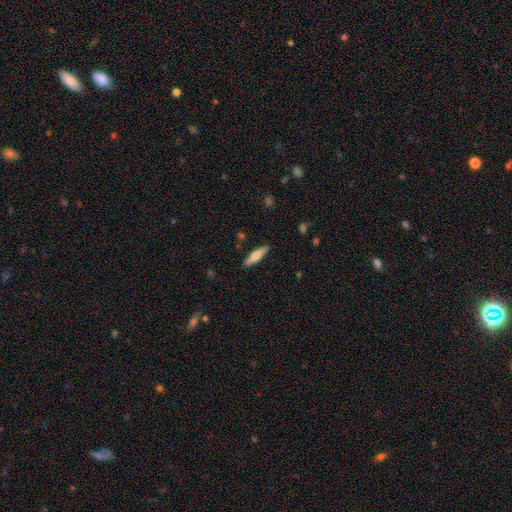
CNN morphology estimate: This appears to be a smooth galaxy with no disk features (58%) that is cigar-shaped (76%). Merging: none (88%).